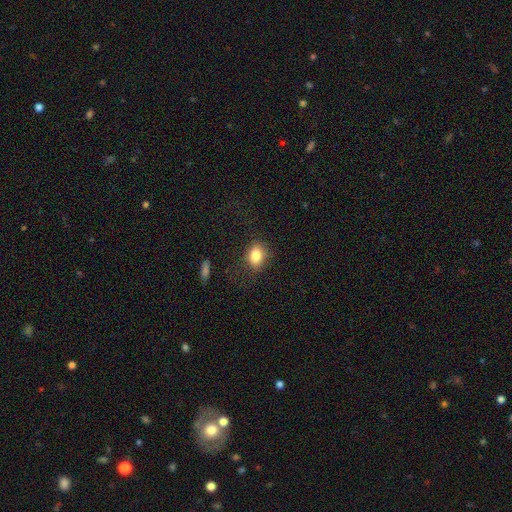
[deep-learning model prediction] The model was most divided on "how rounded": in between: 63%, round: 35%, cigar-shaped: 1%. More confident: smooth or featured — smooth (82%); merging — none (77%).